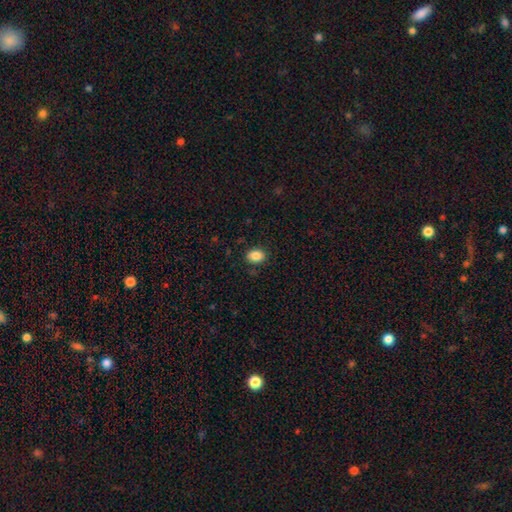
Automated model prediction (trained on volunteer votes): Morphology: type=smooth (86%); roundness=in between (67%); merging=none (86%).